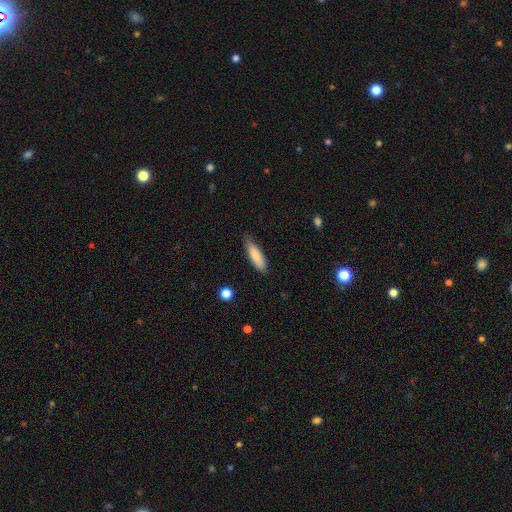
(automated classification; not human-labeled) The model was most divided on "how rounded": cigar-shaped: 58%, in between: 41%, round: 2%. More confident: smooth or featured — smooth (81%); merging — none (78%).